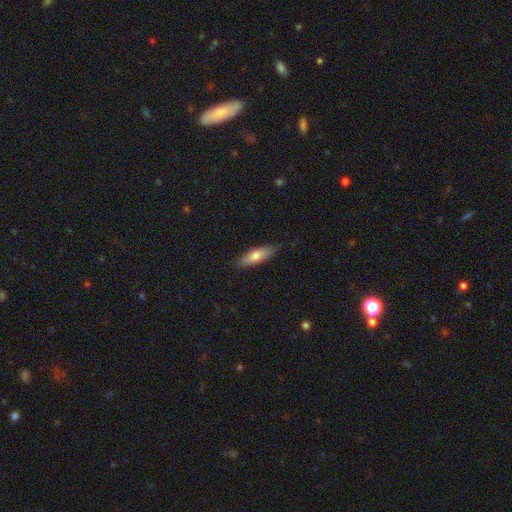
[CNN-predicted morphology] Smooth or featured? smooth (71%)
How rounded? in between (54%)
Merging? none (84%)